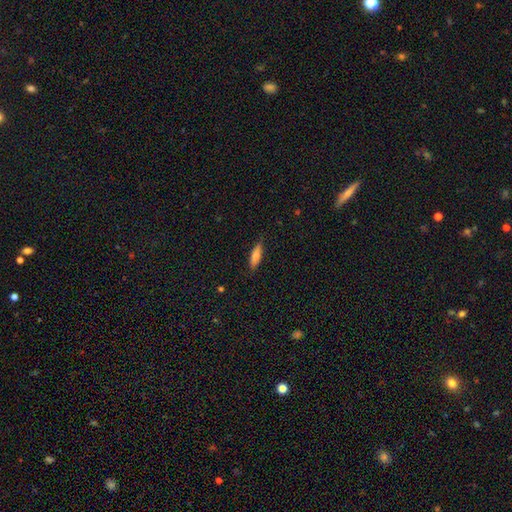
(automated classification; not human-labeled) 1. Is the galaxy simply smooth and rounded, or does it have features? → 71% smooth, 22% featured or disk, 7% star or artifact.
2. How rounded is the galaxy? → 53% cigar-shaped, 45% in between, 2% round.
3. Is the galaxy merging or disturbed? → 83% none, 13% minor disturbance, 2% major disturbance, 1% merger.